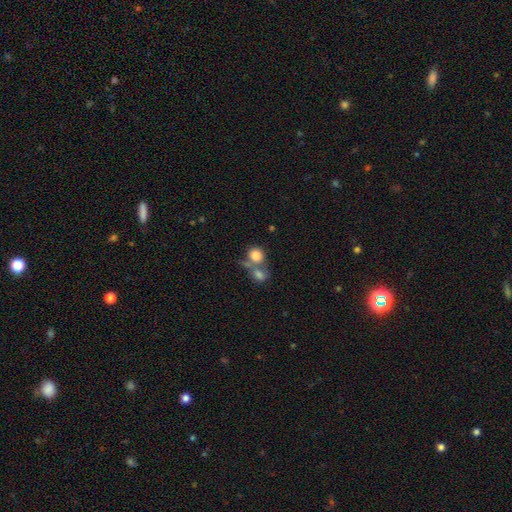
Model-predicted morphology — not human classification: Q: Smooth or featured?
A: smooth (80%); runner-up: featured or disk (10%)
Q: How rounded?
A: round (76%); runner-up: in between (23%)
Q: Merging?
A: merger (53%); runner-up: none (33%)